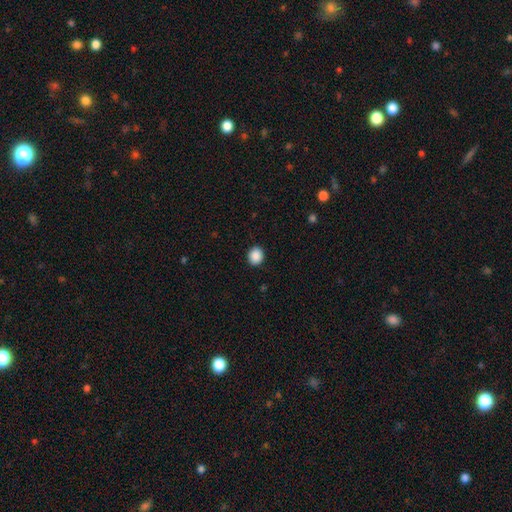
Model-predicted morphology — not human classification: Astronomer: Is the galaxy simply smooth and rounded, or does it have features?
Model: smooth — 89%.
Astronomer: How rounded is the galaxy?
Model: round — 74%.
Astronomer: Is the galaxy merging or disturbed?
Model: none — 91%.